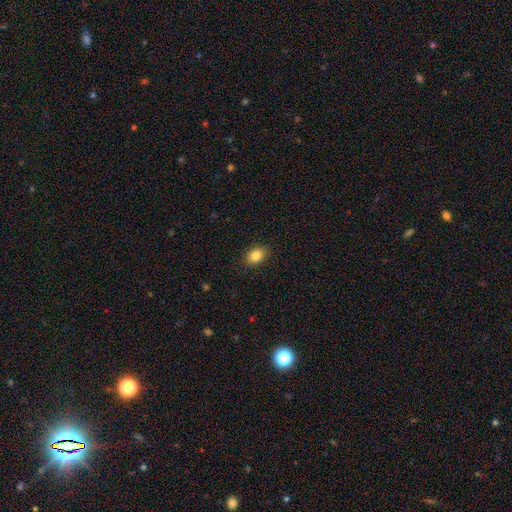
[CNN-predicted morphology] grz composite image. It shows a smooth galaxy with no disk features (85%) that is in between round and cigar-shaped (64%). Merging: none (89%).